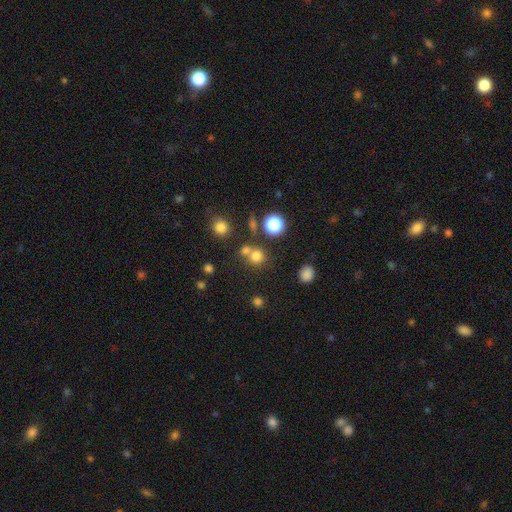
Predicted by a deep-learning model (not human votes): smooth 72%, star or artifact 20%, featured or disk 8%. Down the decision tree: how rounded — round (88%); merging — none (57%).